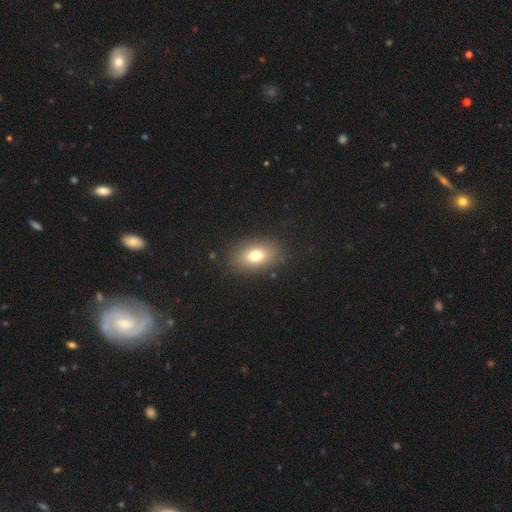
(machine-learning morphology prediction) Smooth or featured: smooth — 74% (featured or disk — 15%)
How rounded: in between — 84% (round — 14%)
Merging: none — 86% (minor disturbance — 9%)